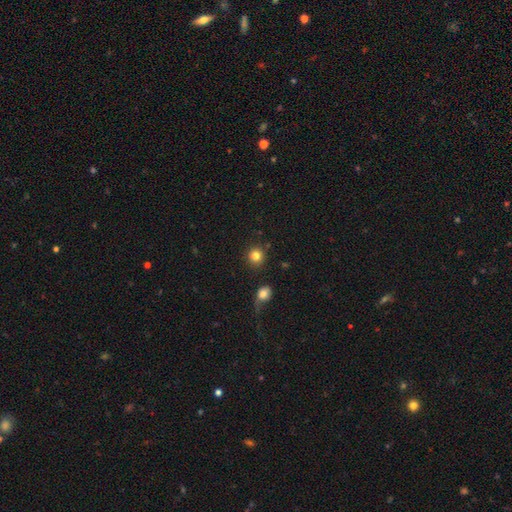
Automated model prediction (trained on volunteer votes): smooth-or-featured: smooth: 83% | star or artifact: 11% | featured or disk: 6%
  how-rounded: round: 89% | in between: 10% | cigar-shaped: 1%
  merging: none: 86% | minor disturbance: 7% | merger: 4% | major disturbance: 3%